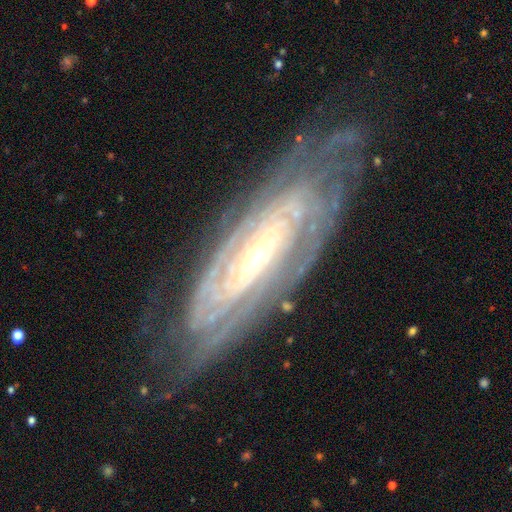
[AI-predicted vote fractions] This is clearly a featured or disk galaxy (88%). It is clearly not viewed edge-on (87%). Bar: possibly no (47%). Spiral arm pattern: clearly yes (95%). Spiral arm count: marginally can't tell (43%). Spiral winding: clearly tight (81%). Central bulge: likely small (65%). Merging: likely none (76%).